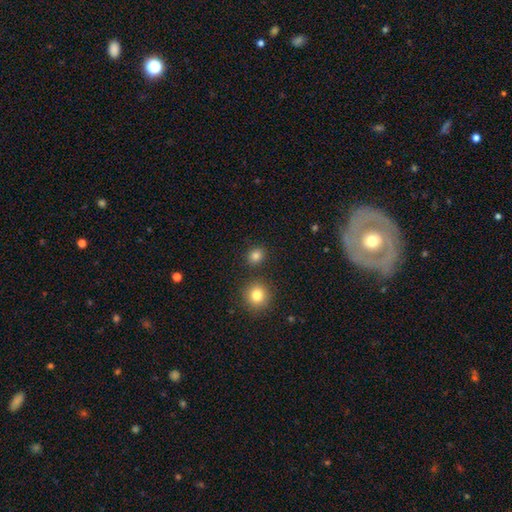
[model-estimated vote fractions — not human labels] Q: Smooth or featured?
A: smooth (81%); runner-up: star or artifact (13%)
Q: How rounded?
A: round (79%); runner-up: in between (20%)
Q: Merging?
A: none (85%); runner-up: minor disturbance (7%)